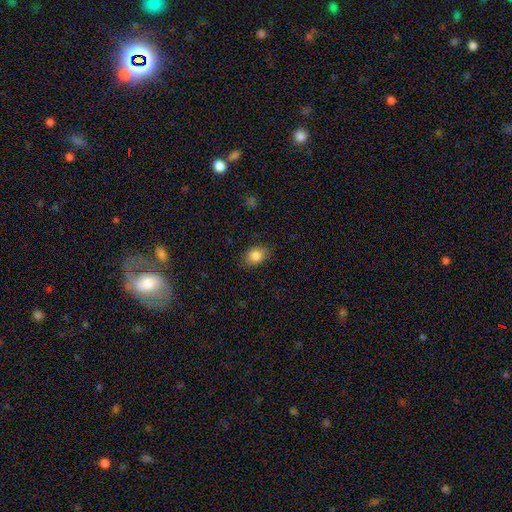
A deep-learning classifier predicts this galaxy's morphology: Smooth or featured? Predicted: smooth (p=0.84). How rounded? Predicted: in between (p=0.65). Merging? Predicted: none (p=0.84).